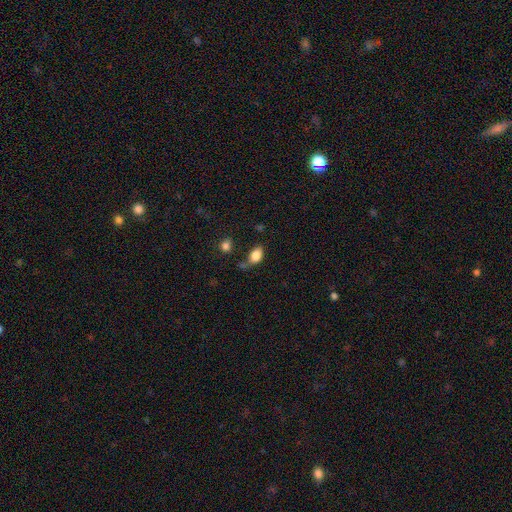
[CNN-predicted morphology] smooth_or_featured: smooth (p=0.84) [alt: star or artifact p=0.09]
how_rounded: in between (p=0.87) [alt: round p=0.11]
merging: none (p=0.56) [alt: minor disturbance p=0.23]